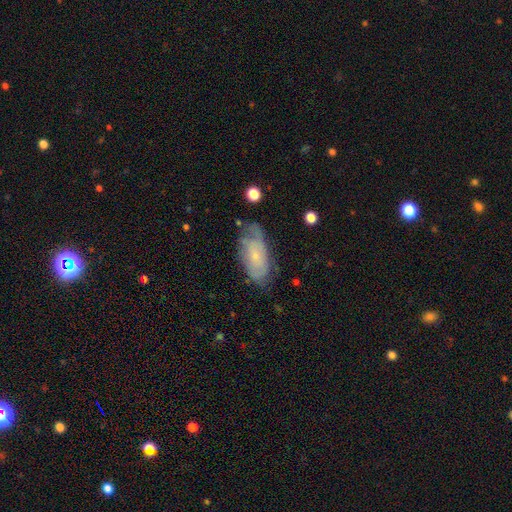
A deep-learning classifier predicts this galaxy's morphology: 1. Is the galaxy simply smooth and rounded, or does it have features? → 48% featured or disk, 45% smooth, 8% star or artifact.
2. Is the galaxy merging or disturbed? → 55% none, 30% minor disturbance, 13% major disturbance, 2% merger.